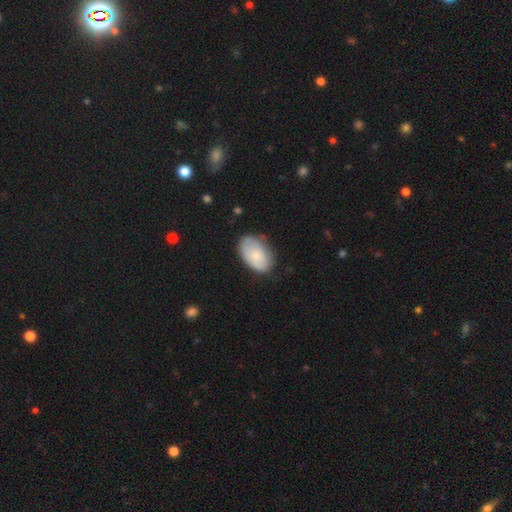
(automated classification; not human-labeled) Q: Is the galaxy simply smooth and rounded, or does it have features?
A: smooth — 74%.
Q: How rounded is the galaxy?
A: in between — 90%.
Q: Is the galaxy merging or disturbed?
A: none — 71%.